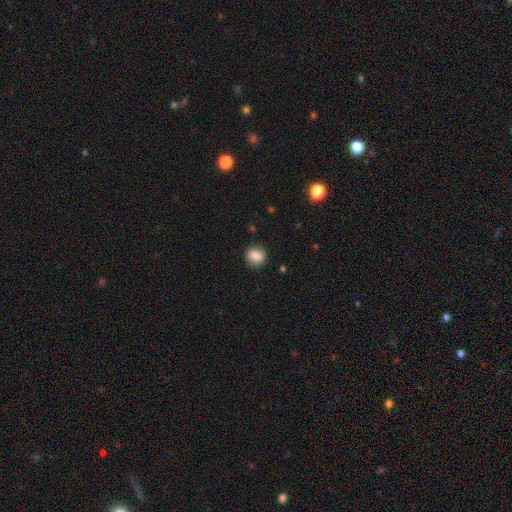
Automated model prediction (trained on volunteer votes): Overall: smooth (85%). How rounded: round (68%; in between 30%). Merging: none (84%).